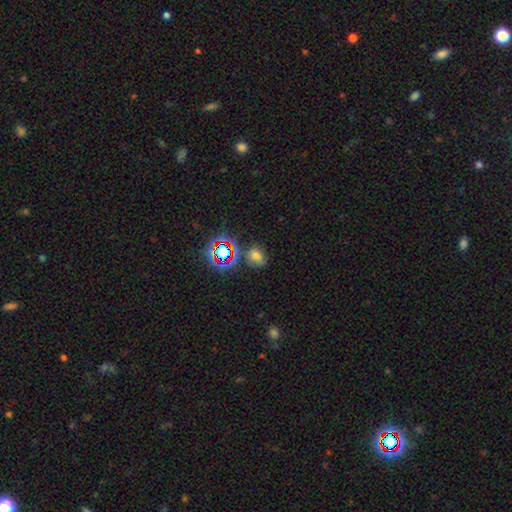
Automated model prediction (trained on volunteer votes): Q: Smooth or featured?
A: smooth (59%); runner-up: star or artifact (32%)
Q: How rounded?
A: in between (61%); runner-up: round (37%)
Q: Merging?
A: none (68%); runner-up: minor disturbance (18%)